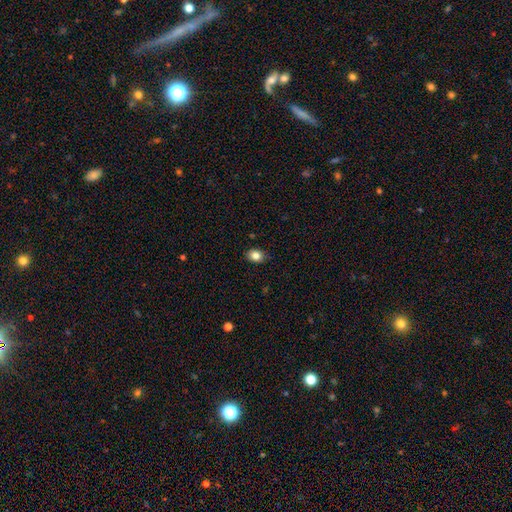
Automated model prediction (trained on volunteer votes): Smooth or featured? Predicted: smooth (p=0.84). How rounded? Predicted: in between (p=0.65). Merging? Predicted: none (p=0.86).